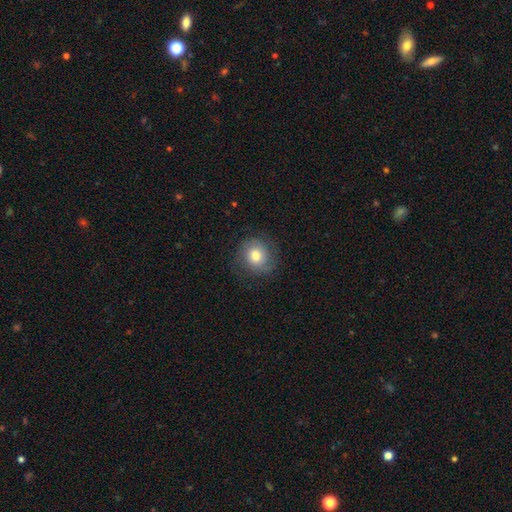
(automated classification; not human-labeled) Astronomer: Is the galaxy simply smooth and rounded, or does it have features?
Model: smooth — 65%.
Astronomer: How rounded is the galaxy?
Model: round — 82%.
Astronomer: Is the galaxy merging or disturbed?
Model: none — 77%.